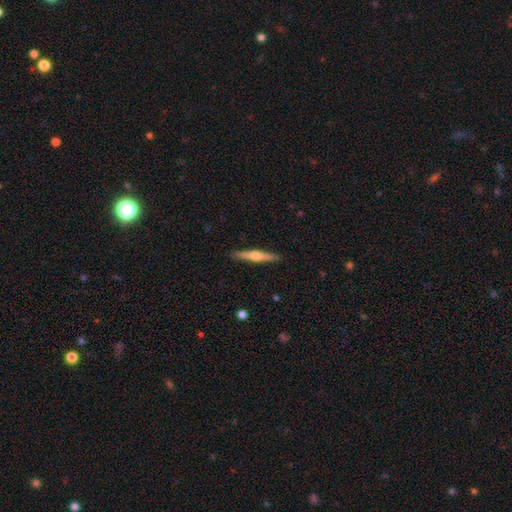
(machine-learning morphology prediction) smooth-or-featured: featured or disk: 52% | smooth: 42% | star or artifact: 6%
  disk-edge-on: yes: 97% | no: 3%
    edge-on-bulge: rounded: 84% | none: 9% | boxy: 6%
  merging: none: 90% | minor disturbance: 7% | major disturbance: 1% | merger: 1%